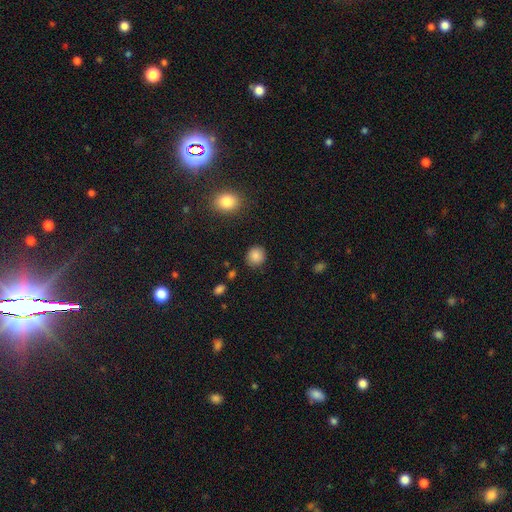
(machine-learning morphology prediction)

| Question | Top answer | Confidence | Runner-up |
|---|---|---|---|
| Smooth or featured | smooth | 86% | star or artifact (10%) |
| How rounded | round | 85% | in between (14%) |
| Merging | none | 88% | minor disturbance (7%) |